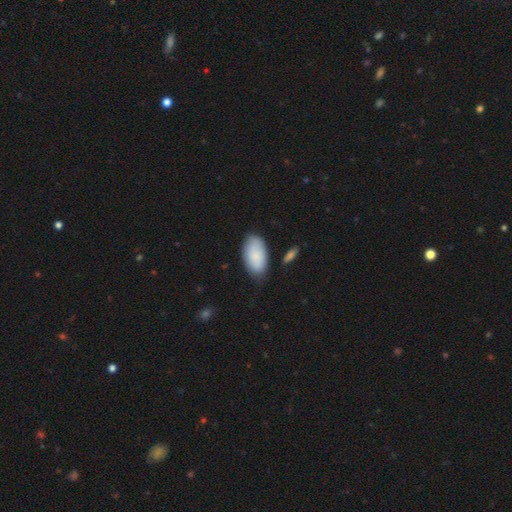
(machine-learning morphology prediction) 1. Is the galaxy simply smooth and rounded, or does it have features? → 84% smooth, 10% featured or disk, 6% star or artifact.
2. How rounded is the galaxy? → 95% in between, 3% round, 2% cigar-shaped.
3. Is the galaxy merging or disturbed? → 76% none, 17% minor disturbance, 4% major disturbance, 3% merger.